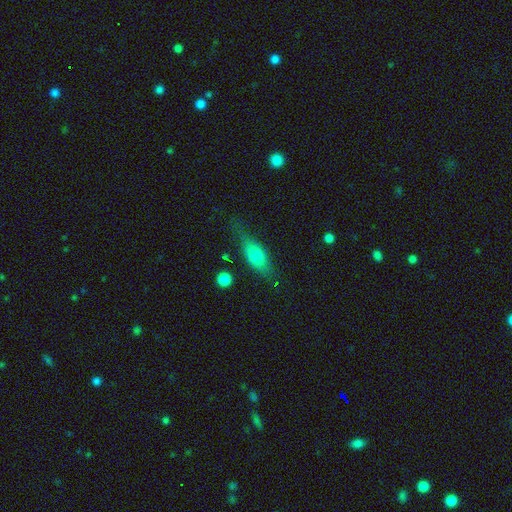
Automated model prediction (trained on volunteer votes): Smooth or featured?
  - smooth: 70% *
  - featured or disk: 22%
  - star or artifact: 8%
How rounded?
  - in between: 66% *
  - cigar-shaped: 29%
  - round: 5%
Merging?
  - none: 60% *
  - minor disturbance: 25%
  - major disturbance: 12%
  - merger: 3%